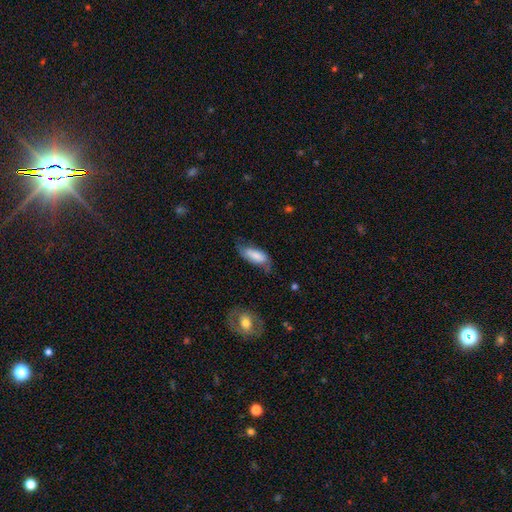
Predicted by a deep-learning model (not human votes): smooth-or-featured: smooth: 67% | featured or disk: 26% | star or artifact: 7%
  how-rounded: in between: 80% | cigar-shaped: 18% | round: 2%
  merging: none: 47% | minor disturbance: 34% | major disturbance: 16% | merger: 3%